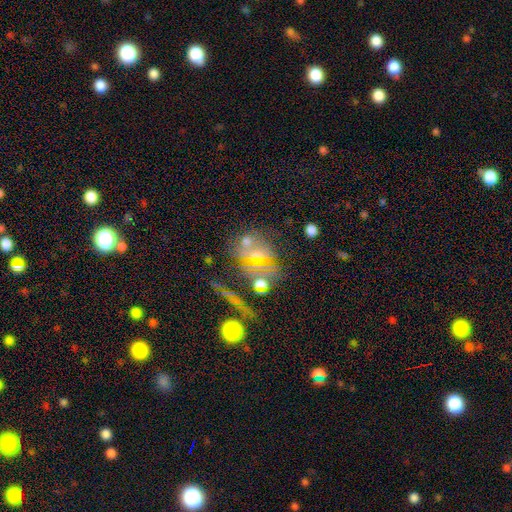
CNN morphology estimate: type=star or artifact (45%).